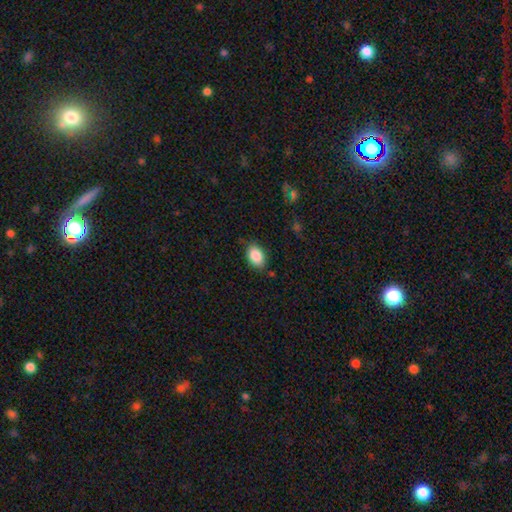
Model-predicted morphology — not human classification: smooth 87%, star or artifact 8%, featured or disk 5%. Down the decision tree: how rounded — in between (87%); merging — none (80%).